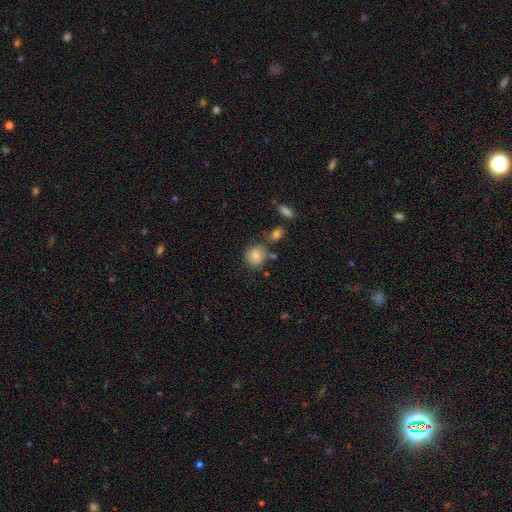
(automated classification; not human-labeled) smooth_or_featured: smooth (p=0.77) [alt: featured or disk p=0.15]
how_rounded: round (p=0.73) [alt: in between p=0.26]
merging: none (p=0.63) [alt: minor disturbance p=0.19]